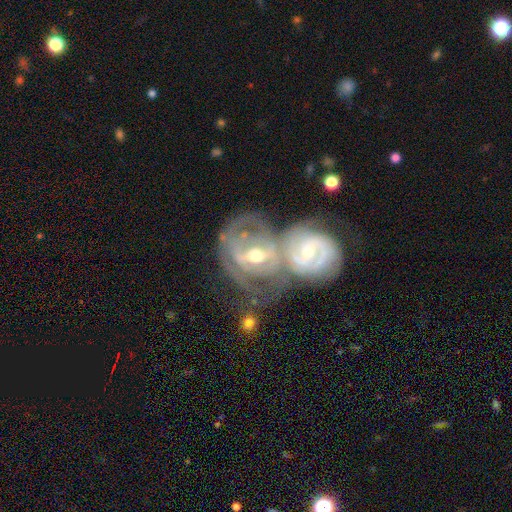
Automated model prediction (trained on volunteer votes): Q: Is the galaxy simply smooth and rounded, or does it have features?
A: featured or disk — 82%.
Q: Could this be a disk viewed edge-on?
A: no — 96%.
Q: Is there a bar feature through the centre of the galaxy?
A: strong — 44%.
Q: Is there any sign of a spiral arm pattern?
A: yes — 78%.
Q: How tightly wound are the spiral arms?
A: tight — 53%.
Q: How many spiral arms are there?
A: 2 — 47%.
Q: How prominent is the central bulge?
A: moderate — 64%.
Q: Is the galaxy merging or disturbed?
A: merger — 70%.